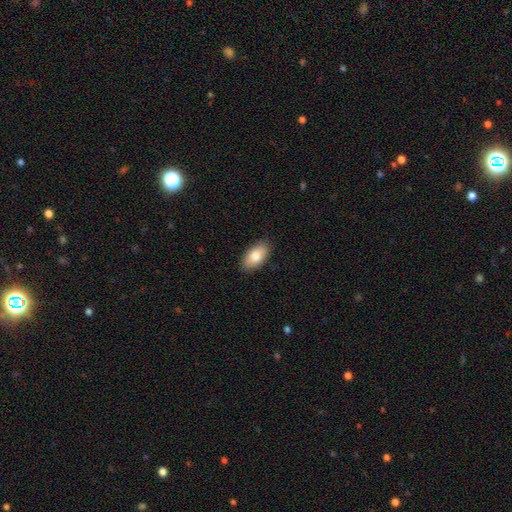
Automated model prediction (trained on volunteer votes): A smooth galaxy with no disk features (81%) that is in between round and cigar-shaped (93%). Merging: none (88%).